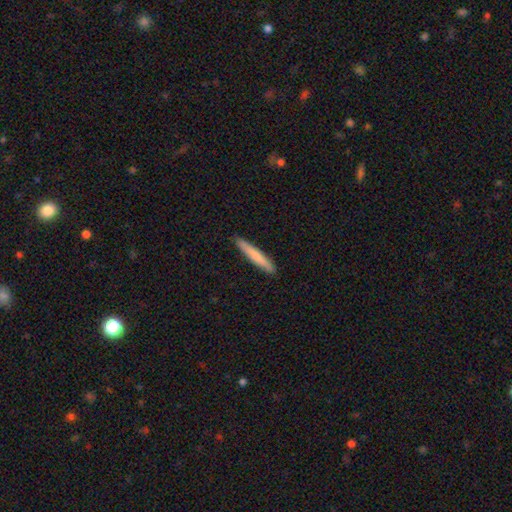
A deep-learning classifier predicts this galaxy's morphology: Smooth or featured: smooth — 74% (featured or disk — 21%)
How rounded: cigar-shaped — 95% (in between — 4%)
Merging: none — 90% (minor disturbance — 7%)